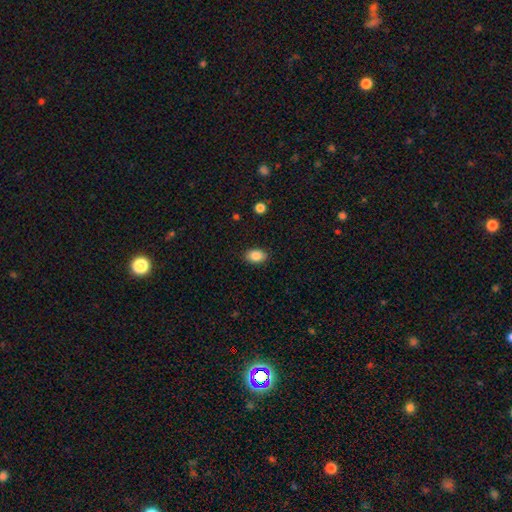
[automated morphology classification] type=smooth (87%); roundness=in between (85%); merging=none (88%).